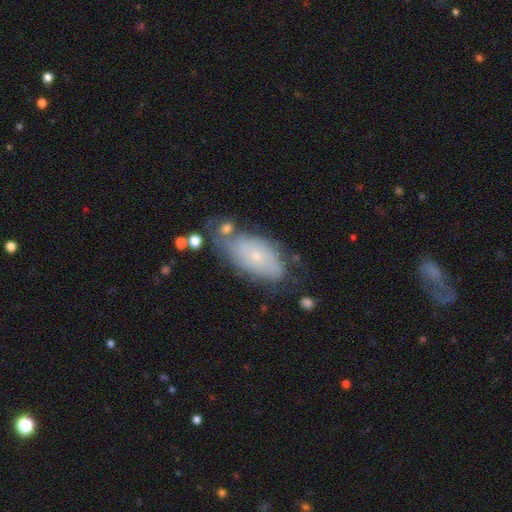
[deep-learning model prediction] A featured or disk galaxy (49%).

Vote fractions:
- Smooth or featured? featured or disk: 49% / smooth: 43% / star or artifact: 8%
- Merging? none: 50% / minor disturbance: 27% / merger: 12% / major disturbance: 11%